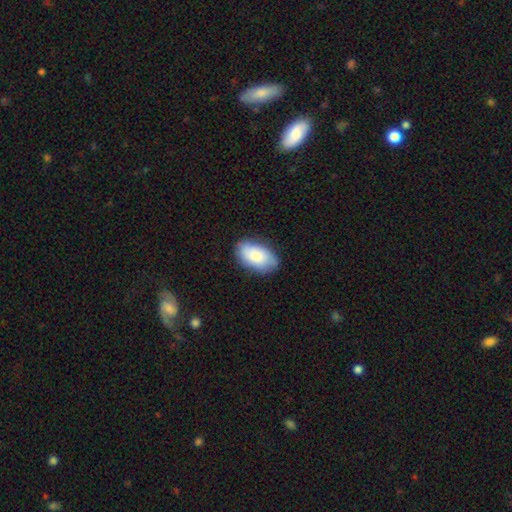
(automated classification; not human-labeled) This appears to be a smooth galaxy with no disk features (81%) that is in between round and cigar-shaped (94%). Merging: none (80%).